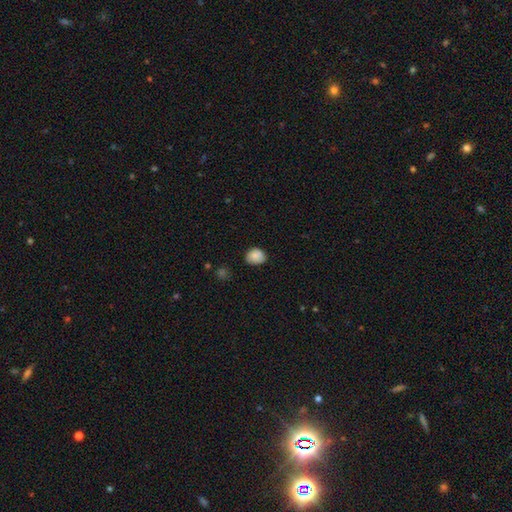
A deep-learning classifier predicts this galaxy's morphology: Smooth or featured: smooth — 85% (star or artifact — 9%)
How rounded: round — 50% (in between — 49%)
Merging: none — 69% (minor disturbance — 26%)